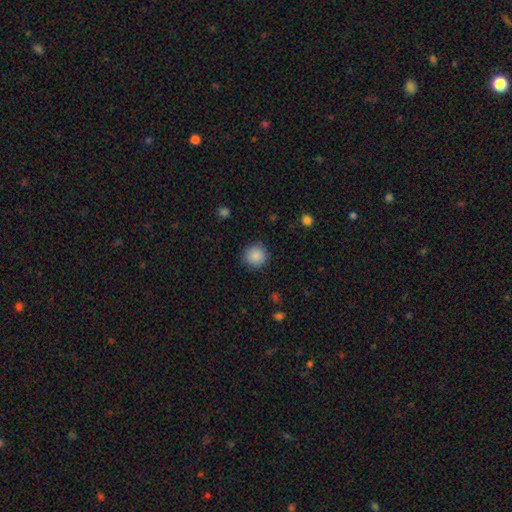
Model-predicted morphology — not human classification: smooth_or_featured: smooth (p=0.88) [alt: star or artifact p=0.09]
how_rounded: round (p=0.94) [alt: in between p=0.05]
merging: none (p=0.89) [alt: minor disturbance p=0.08]